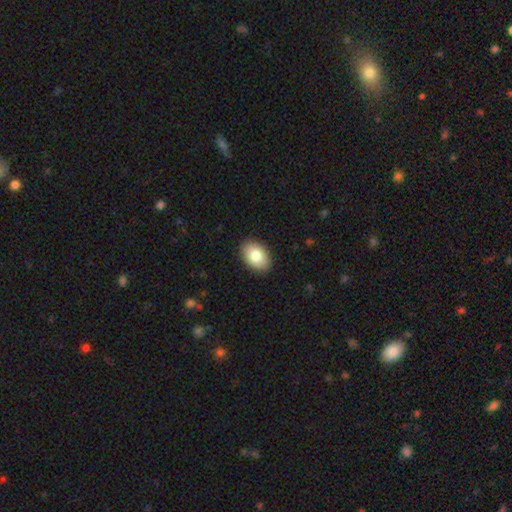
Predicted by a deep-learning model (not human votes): The model was most divided on "smooth or featured": smooth: 84%, featured or disk: 10%, star or artifact: 7%. More confident: merging — none (89%); how rounded — in between (88%).